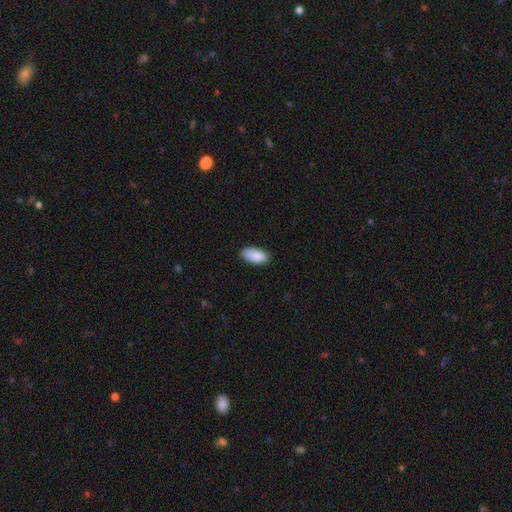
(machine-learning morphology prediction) Smooth or featured? smooth (89%)
How rounded? in between (94%)
Merging? none (83%)